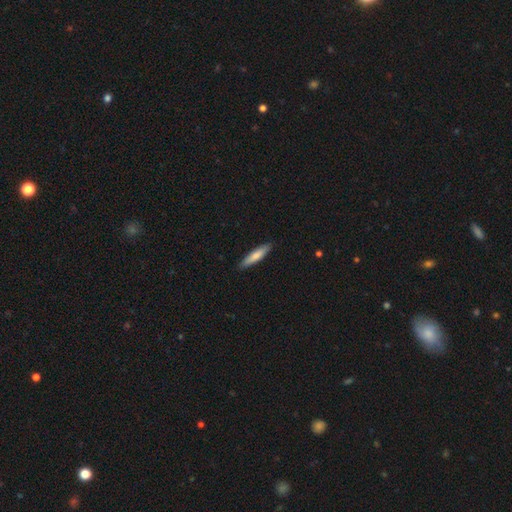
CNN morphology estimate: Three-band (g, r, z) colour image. It shows a smooth galaxy with no disk features (74%) that is cigar-shaped (81%). Merging: none (88%).